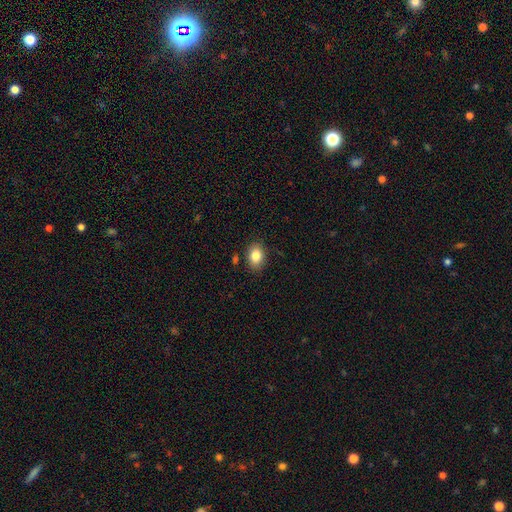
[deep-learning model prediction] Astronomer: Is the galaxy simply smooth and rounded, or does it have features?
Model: smooth — 84%.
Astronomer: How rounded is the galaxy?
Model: in between — 75%.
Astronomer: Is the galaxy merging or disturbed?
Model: none — 85%.